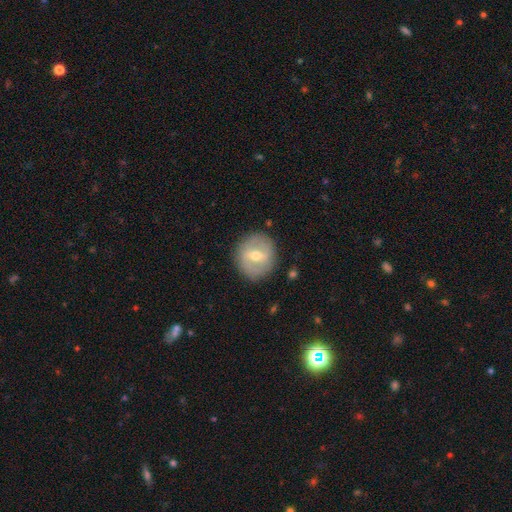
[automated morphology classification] Smooth or featured?
  - featured or disk: 52% *
  - smooth: 42%
  - star or artifact: 7%
Edge-on disk?
  - no: 94% *
  - yes: 6%
Merging?
  - none: 86% *
  - minor disturbance: 10%
  - major disturbance: 3%
  - merger: 1%